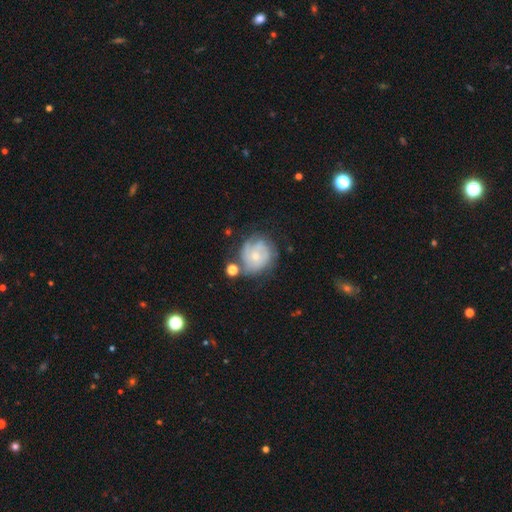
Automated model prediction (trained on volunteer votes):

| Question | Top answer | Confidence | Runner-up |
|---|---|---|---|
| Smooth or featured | featured or disk | 67% | smooth (25%) |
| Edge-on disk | no | 98% | yes (2%) |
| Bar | no | 79% | weak (19%) |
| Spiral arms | yes | 82% | no (18%) |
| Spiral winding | tight | 62% | medium (28%) |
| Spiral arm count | can't tell | 45% | 2 (19%) |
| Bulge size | small | 58% | moderate (37%) |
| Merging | none | 56% | minor disturbance (23%) |